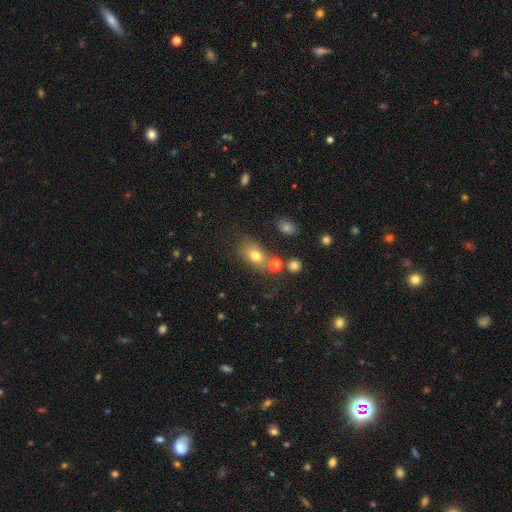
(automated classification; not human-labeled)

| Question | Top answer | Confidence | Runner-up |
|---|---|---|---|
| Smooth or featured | smooth | 73% | featured or disk (14%) |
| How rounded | in between | 75% | round (22%) |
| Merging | none | 58% | minor disturbance (17%) |